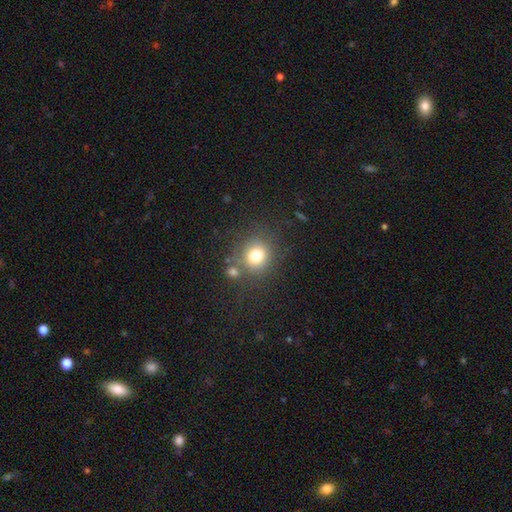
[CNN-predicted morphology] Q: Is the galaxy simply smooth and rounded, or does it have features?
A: smooth — 76%.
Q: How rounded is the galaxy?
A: round — 84%.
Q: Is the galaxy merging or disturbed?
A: none — 73%.